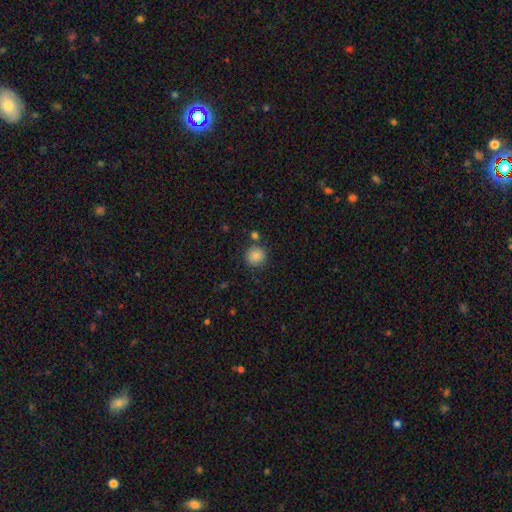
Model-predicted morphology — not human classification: A smooth galaxy with no disk features (85%) that is round (93%).

Vote fractions:
- Smooth or featured? smooth: 85% / star or artifact: 10% / featured or disk: 5%
- How rounded? round: 93% / in between: 6% / cigar-shaped: 1%
- Merging? none: 82% / minor disturbance: 9% / merger: 7% / major disturbance: 3%